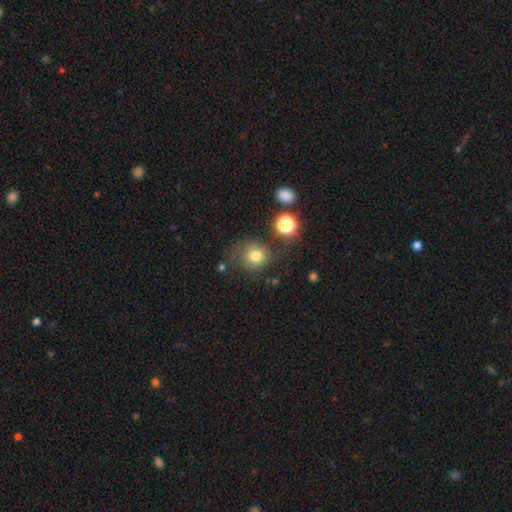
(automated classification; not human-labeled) This is likely a smooth galaxy (76%). How rounded: clearly round (81%). Merging: likely none (63%).